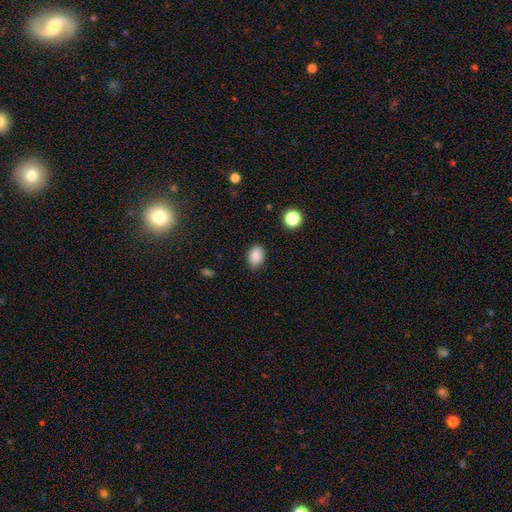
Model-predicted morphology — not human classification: This appears to be a smooth galaxy with no disk features (87%) that is in between round and cigar-shaped (80%). Merging: none (84%).